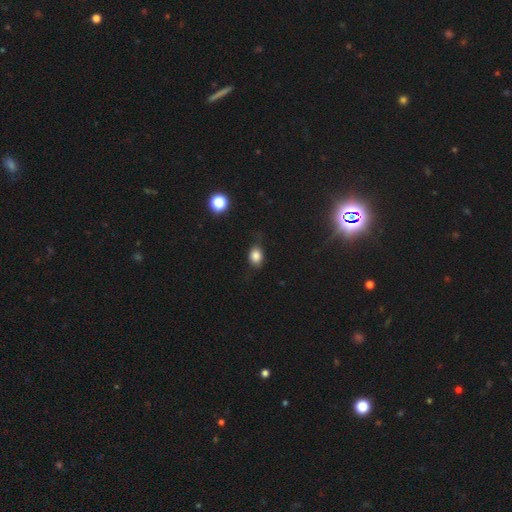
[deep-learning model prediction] Overall: smooth (83%). How rounded: in between (61%; round 37%). Merging: none (70%).